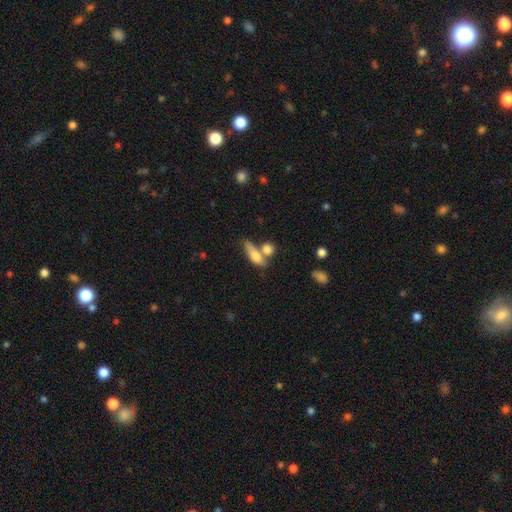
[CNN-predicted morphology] Smooth or featured? smooth (69%)
How rounded? in between (50%)
Merging? none (43%)